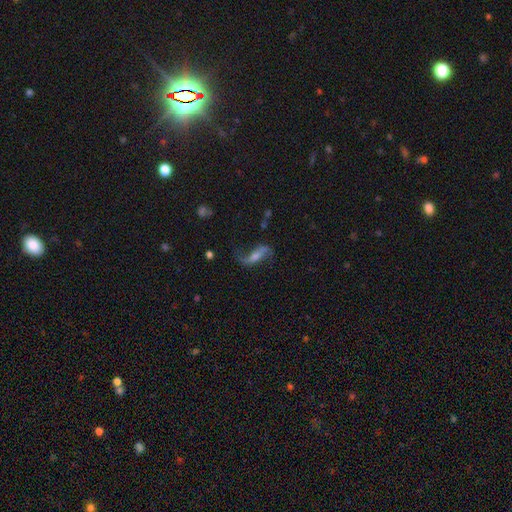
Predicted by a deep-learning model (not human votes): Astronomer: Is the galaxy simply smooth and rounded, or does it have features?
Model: featured or disk — 75%.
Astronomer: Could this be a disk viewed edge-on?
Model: no — 86%.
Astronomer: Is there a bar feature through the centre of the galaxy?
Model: strong — 35% (runner-up: weak, 34%).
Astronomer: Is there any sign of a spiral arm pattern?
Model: yes — 91%.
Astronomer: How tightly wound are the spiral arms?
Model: loose — 80%.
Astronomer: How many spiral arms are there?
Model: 2 — 88%.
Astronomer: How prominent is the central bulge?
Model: moderate — 46% (runner-up: small, 38%).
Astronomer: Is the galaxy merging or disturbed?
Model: none — 64%.